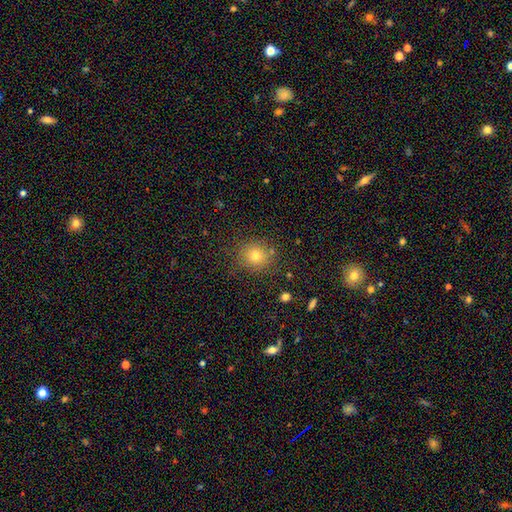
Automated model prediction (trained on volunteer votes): This appears to be a smooth galaxy with no disk features (73%) that is round (83%). Merging: none (84%).